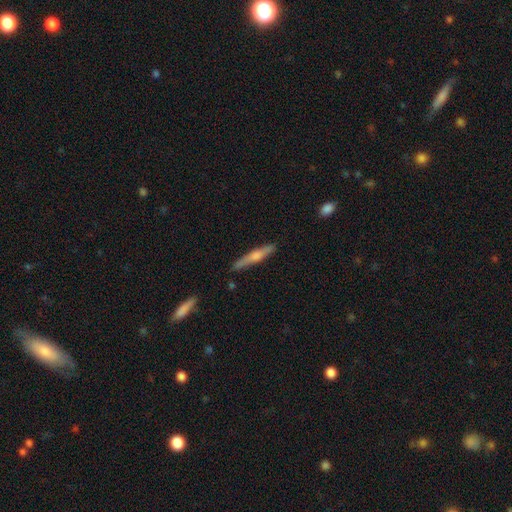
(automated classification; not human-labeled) This appears to be a featured or disk galaxy (56%) viewed edge-on (91%) with a rounded central bulge (83%). Merging: none (84%).